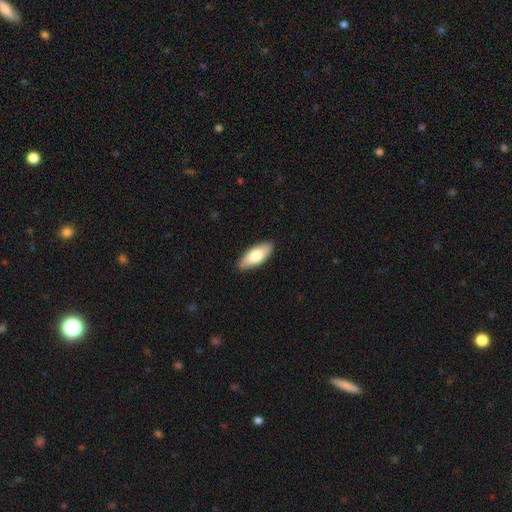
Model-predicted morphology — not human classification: type=smooth (74%); roundness=in between (81%); merging=none (90%).